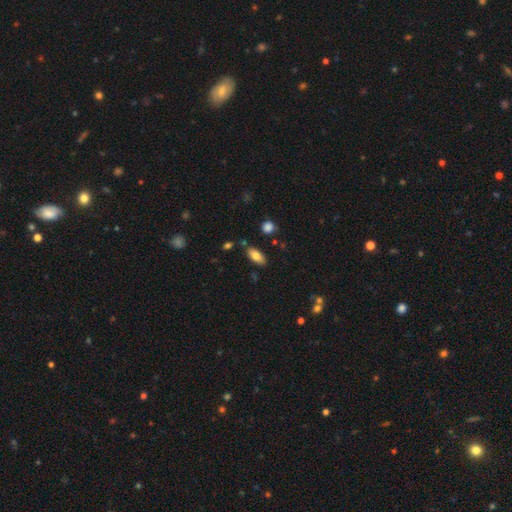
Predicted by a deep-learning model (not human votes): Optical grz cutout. It shows a smooth galaxy with no disk features (78%) that is in between round and cigar-shaped (87%). Merging: none (81%).